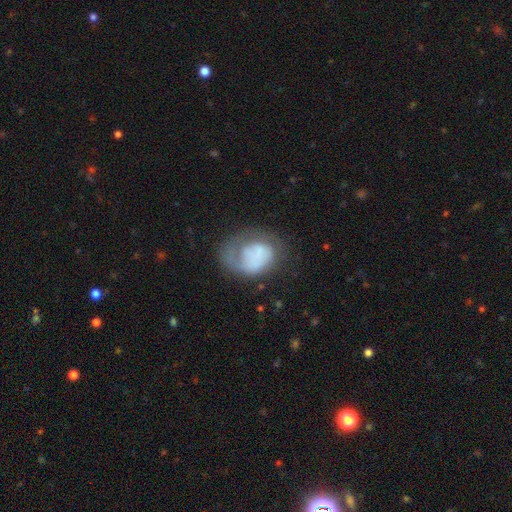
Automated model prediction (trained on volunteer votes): Overall: featured or disk (50%; smooth 41%). Edge-on disk: no (98%). Merging: none (40%; major disturbance 32%).